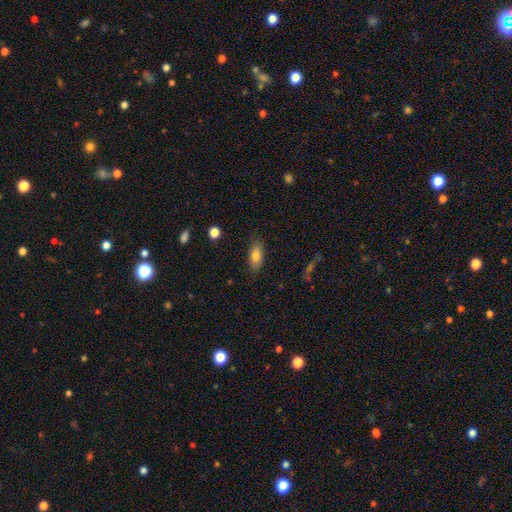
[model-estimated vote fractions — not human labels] Smooth or featured?
  - smooth: 79% *
  - featured or disk: 13%
  - star or artifact: 8%
How rounded?
  - in between: 81% *
  - cigar-shaped: 15%
  - round: 3%
Merging?
  - none: 85% *
  - minor disturbance: 11%
  - major disturbance: 3%
  - merger: 1%